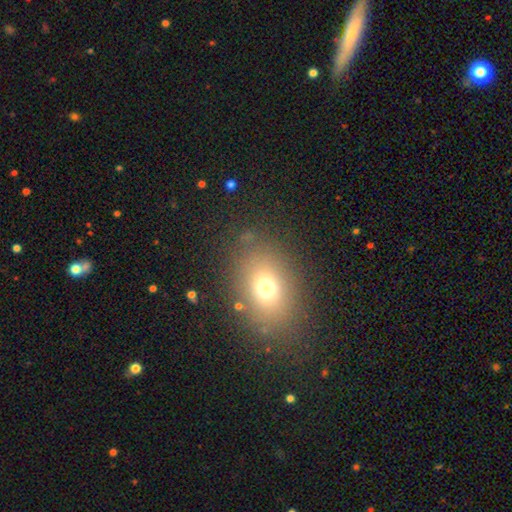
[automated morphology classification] Smooth or featured?
  - smooth: 67% *
  - star or artifact: 21%
  - featured or disk: 12%
How rounded?
  - in between: 71% *
  - round: 27%
  - cigar-shaped: 2%
Merging?
  - none: 87% *
  - minor disturbance: 8%
  - major disturbance: 3%
  - merger: 2%